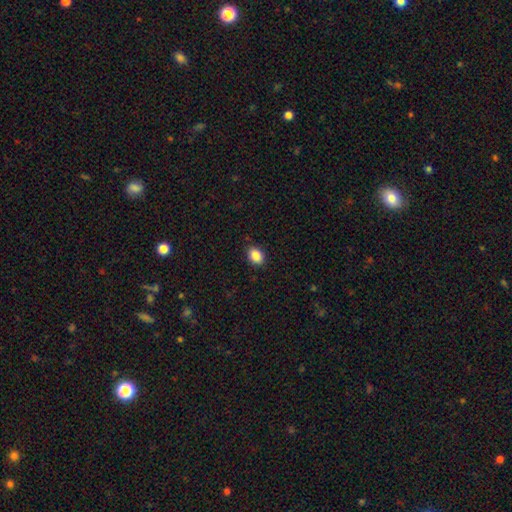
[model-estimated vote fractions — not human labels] smooth-or-featured: smooth: 87% | star or artifact: 9% | featured or disk: 4%
  how-rounded: in between: 71% | round: 28% | cigar-shaped: 1%
  merging: none: 89% | minor disturbance: 9% | major disturbance: 2% | merger: 1%